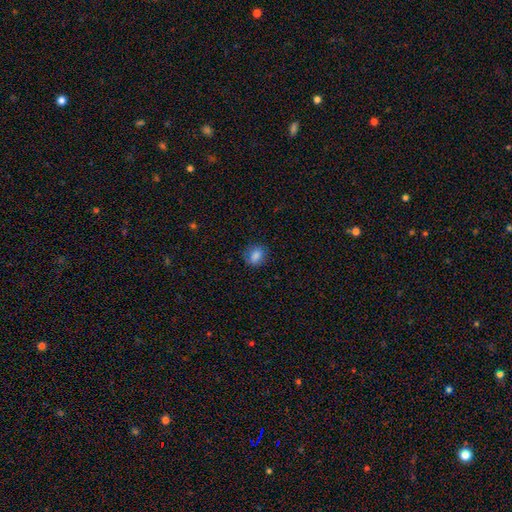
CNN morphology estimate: A smooth galaxy with no disk features (84%) that is in between round and cigar-shaped (56%). Merging: none (79%).